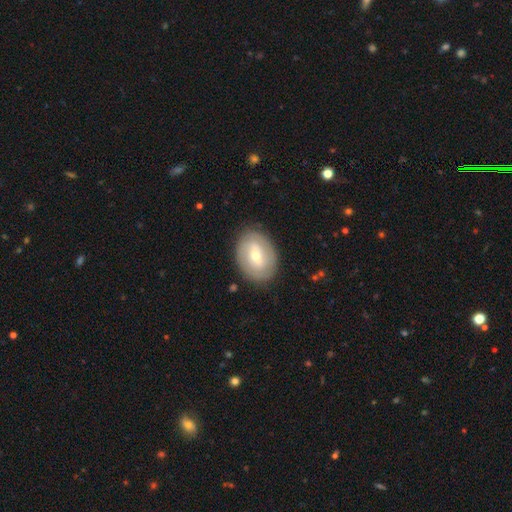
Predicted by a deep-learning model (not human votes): featured or disk 56%, smooth 38%, star or artifact 6%. Down the decision tree: edge-on disk — no (94%); bar — weak (46%); spiral arms — yes (55%); bulge size — small (49%); merging — none (85%).